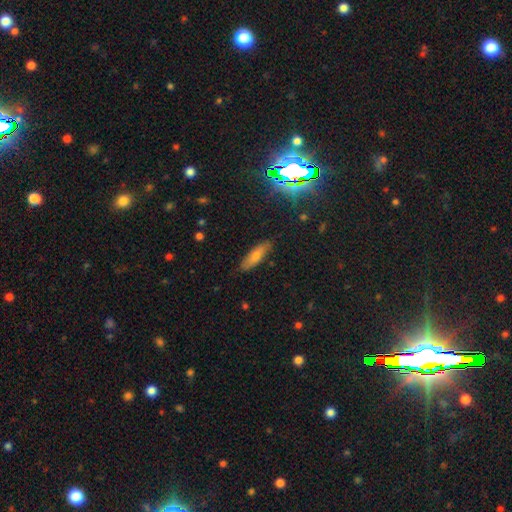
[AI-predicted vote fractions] smooth_or_featured: smooth (p=0.60) [alt: featured or disk p=0.24]
how_rounded: cigar-shaped (p=0.56) [alt: in between p=0.41]
merging: none (p=0.85) [alt: minor disturbance p=0.11]